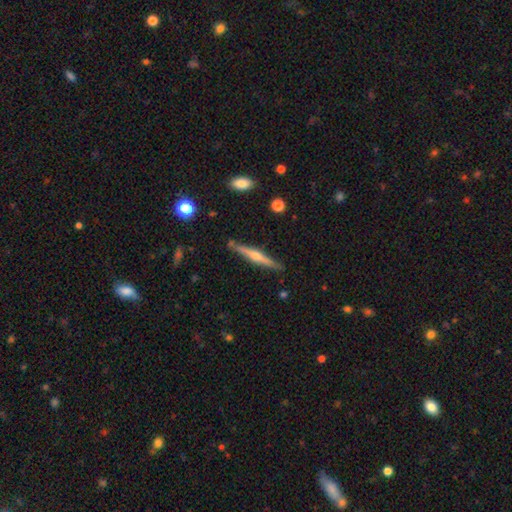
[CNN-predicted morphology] featured or disk 74%, smooth 20%, star or artifact 6%. Down the decision tree: edge-on disk — yes (98%); edge-on bulge — rounded (88%); merging — none (88%).